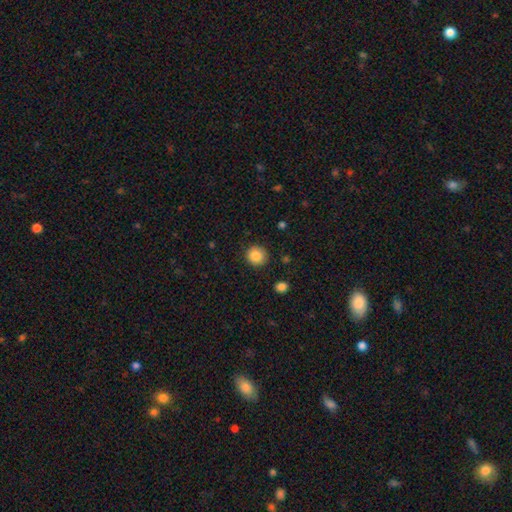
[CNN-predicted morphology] This appears to be a smooth galaxy with no disk features (86%) that is round (91%). Merging: none (88%).